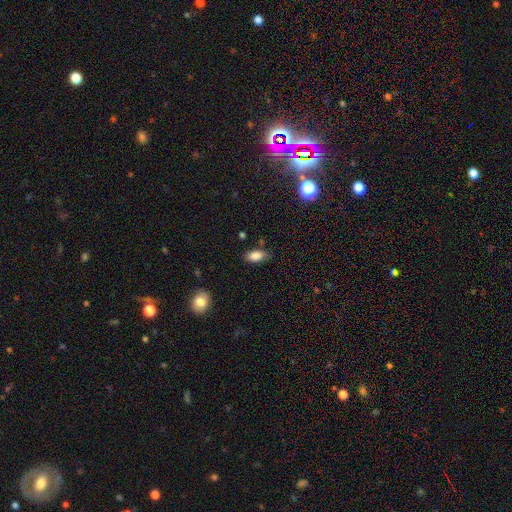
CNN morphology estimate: A smooth galaxy with no disk features (85%) that is in between round and cigar-shaped (90%).

Vote fractions:
- Smooth or featured? smooth: 85% / star or artifact: 8% / featured or disk: 6%
- How rounded? in between: 90% / cigar-shaped: 6% / round: 4%
- Merging? none: 79% / minor disturbance: 16% / major disturbance: 3% / merger: 2%